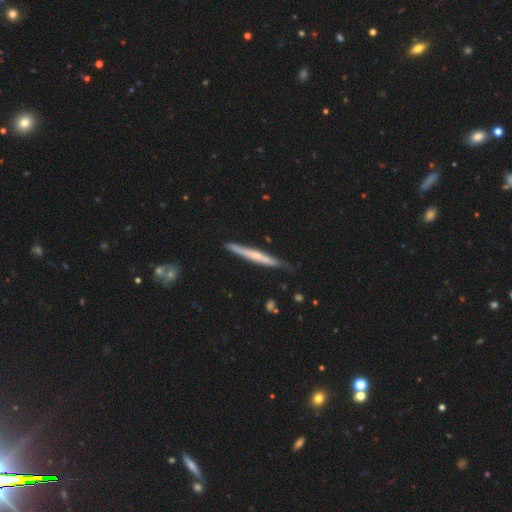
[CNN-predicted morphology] This is possibly a featured or disk galaxy (55%). It is clearly viewed edge-on (95%). Edge-on bulge: possibly none (53%). Merging: clearly none (80%).